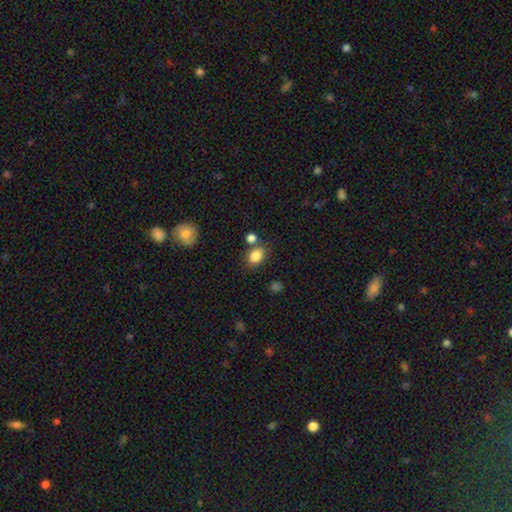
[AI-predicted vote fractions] The model was most divided on "how rounded": in between: 68%, round: 31%, cigar-shaped: 1%. More confident: smooth or featured — smooth (85%); merging — none (66%).